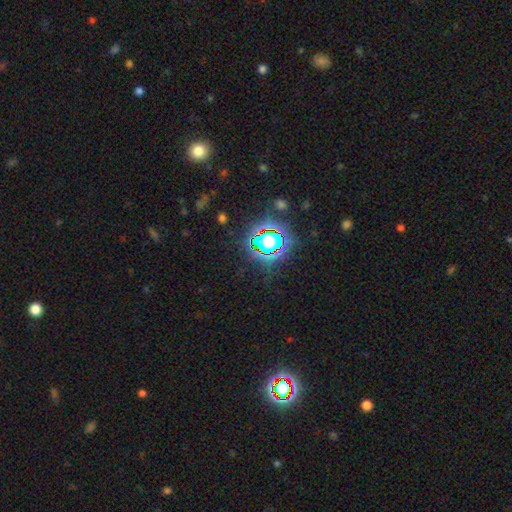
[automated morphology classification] This is clearly a star or artifact rather than a galaxy (81%).